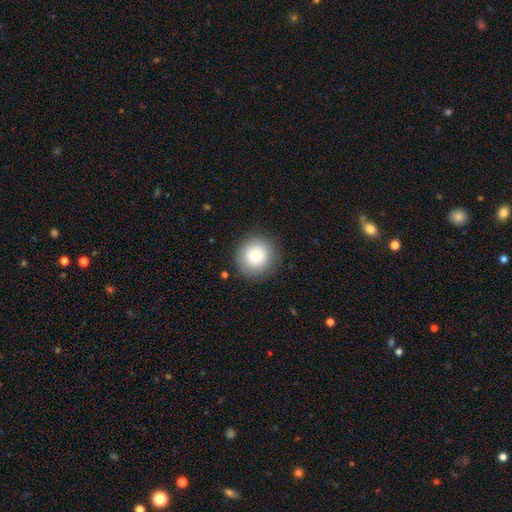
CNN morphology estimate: A smooth galaxy with no disk features (80%) that is round (94%).

Vote fractions:
- Smooth or featured? smooth: 80% / featured or disk: 11% / star or artifact: 9%
- How rounded? round: 94% / in between: 5% / cigar-shaped: 1%
- Merging? none: 88% / minor disturbance: 8% / major disturbance: 3% / merger: 1%